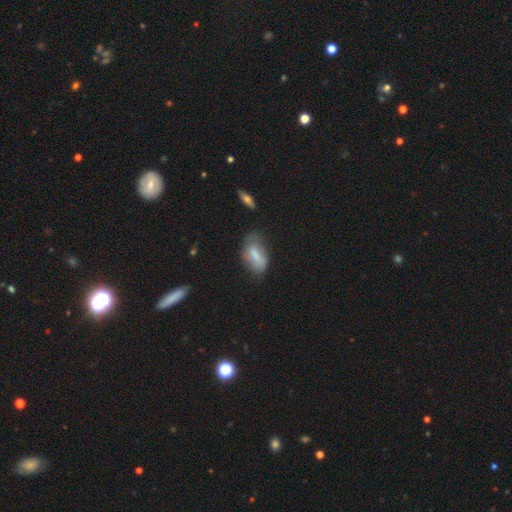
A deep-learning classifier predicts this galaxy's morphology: Smooth or featured: smooth — 67% (featured or disk — 25%)
How rounded: in between — 88% (cigar-shaped — 7%)
Merging: none — 51% (minor disturbance — 32%)